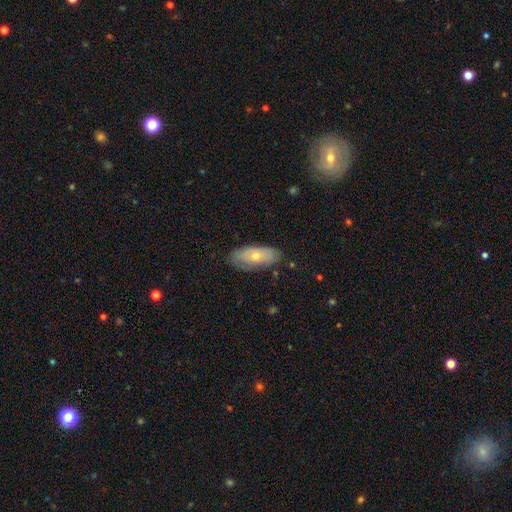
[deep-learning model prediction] smooth 51%, featured or disk 42%, star or artifact 7%. Down the decision tree: how rounded — in between (85%); merging — none (79%).